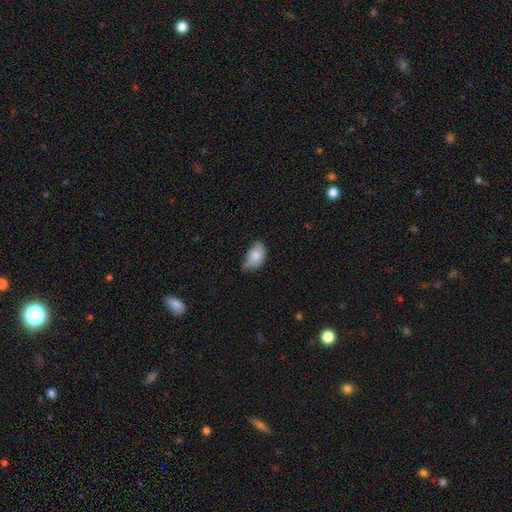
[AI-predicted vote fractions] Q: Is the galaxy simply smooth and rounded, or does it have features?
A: smooth — 81%.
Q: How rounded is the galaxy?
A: in between — 92%.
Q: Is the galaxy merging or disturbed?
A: minor disturbance — 47%.